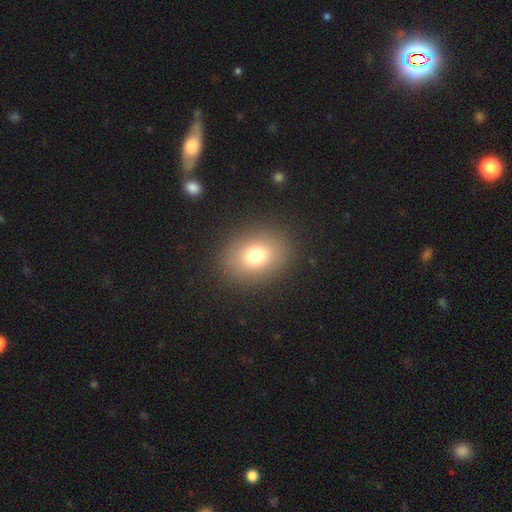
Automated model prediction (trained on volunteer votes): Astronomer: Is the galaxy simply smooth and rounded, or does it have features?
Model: smooth — 77%.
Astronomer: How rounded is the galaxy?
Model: round — 54% (runner-up: in between, 45%).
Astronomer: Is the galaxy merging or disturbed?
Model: none — 88%.